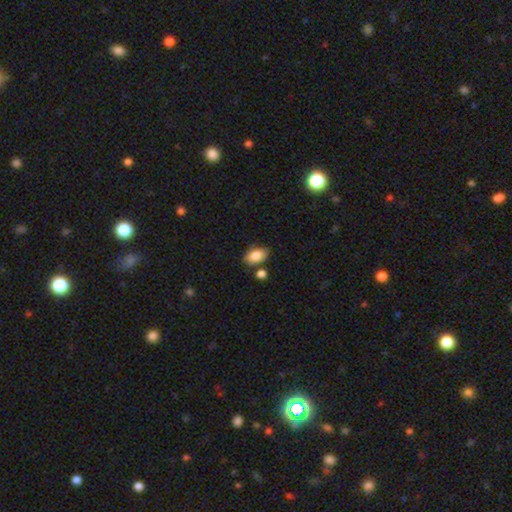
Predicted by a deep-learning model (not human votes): smooth-or-featured: smooth: 86% | star or artifact: 7% | featured or disk: 7%
  how-rounded: in between: 90% | round: 8% | cigar-shaped: 1%
  merging: none: 74% | minor disturbance: 13% | merger: 9% | major disturbance: 3%